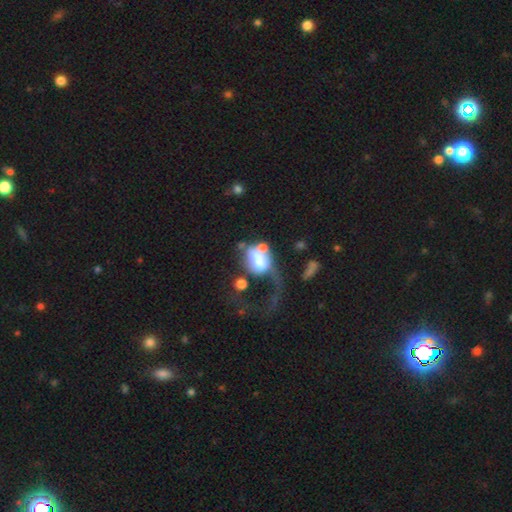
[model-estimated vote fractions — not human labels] This appears to be a smooth galaxy with no disk features (46%). Merging: major disturbance (44%).